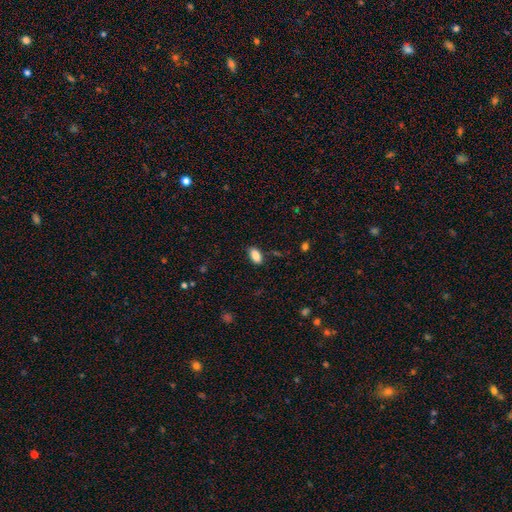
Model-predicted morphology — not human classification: type=smooth (87%); roundness=in between (91%); merging=none (84%).